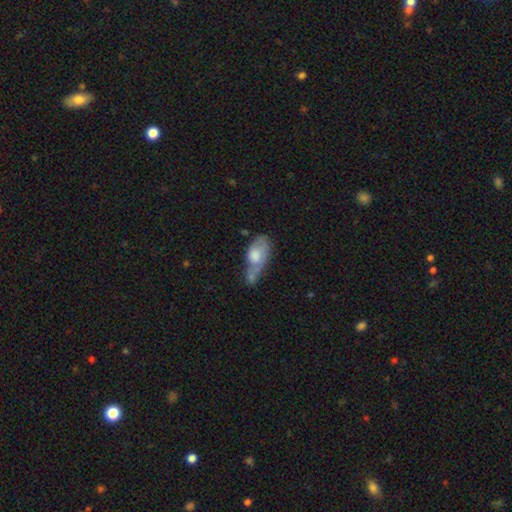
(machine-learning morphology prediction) A smooth galaxy with no disk features (61%) that is in between round and cigar-shaped (83%). Merging: merger (36%).